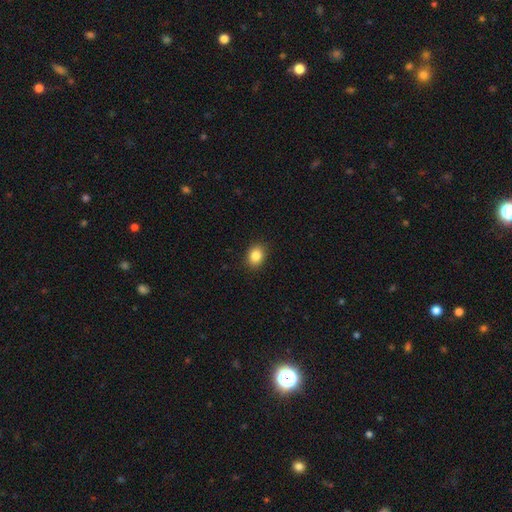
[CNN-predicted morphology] smooth 85%, star or artifact 10%, featured or disk 5%. Down the decision tree: how rounded — in between (57%); merging — none (89%).